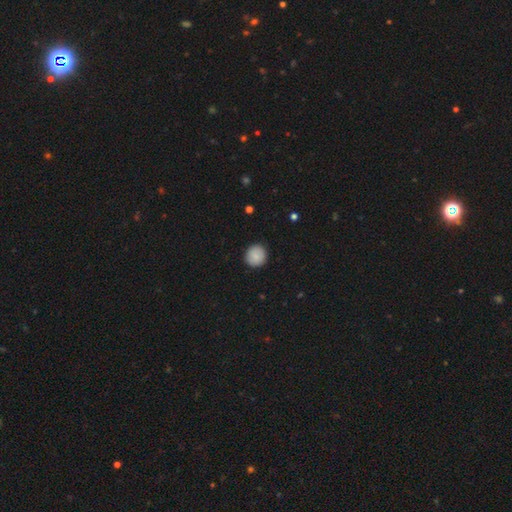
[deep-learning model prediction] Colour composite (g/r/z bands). It shows a smooth galaxy with no disk features (87%) that is round (93%). Merging: none (91%).